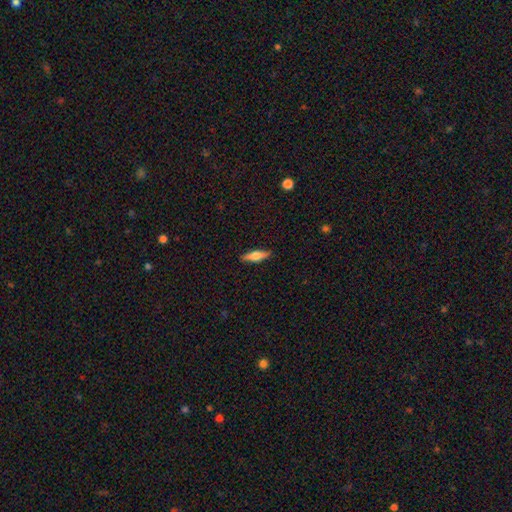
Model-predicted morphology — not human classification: smooth-or-featured: smooth: 56% | featured or disk: 38% | star or artifact: 6%
  how-rounded: cigar-shaped: 59% | in between: 39% | round: 3%
  merging: none: 89% | minor disturbance: 8% | major disturbance: 2% | merger: 1%